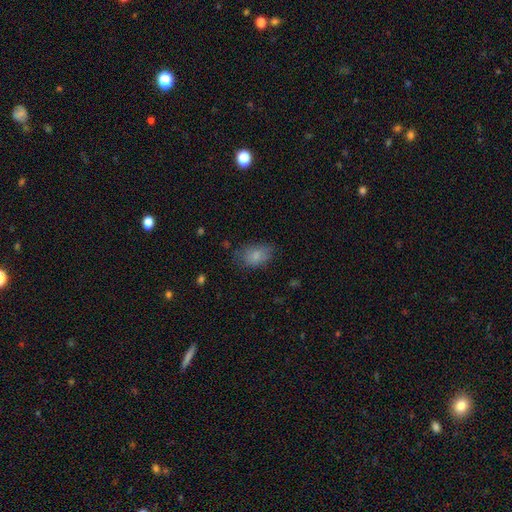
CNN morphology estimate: Overall: smooth (81%). How rounded: in between (85%). Merging: none (62%; minor disturbance 27%).